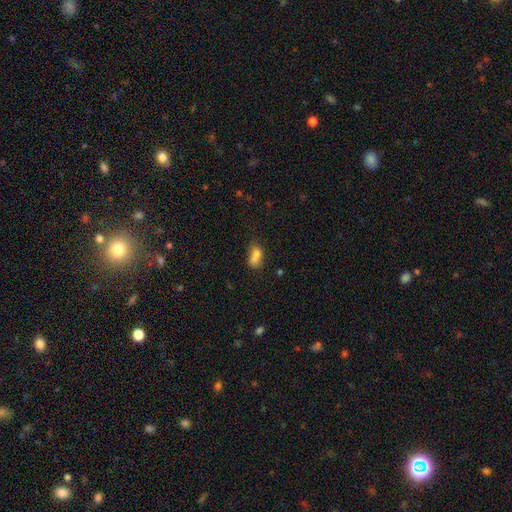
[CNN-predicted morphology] type=smooth (76%); roundness=in between (79%); merging=none (37%).